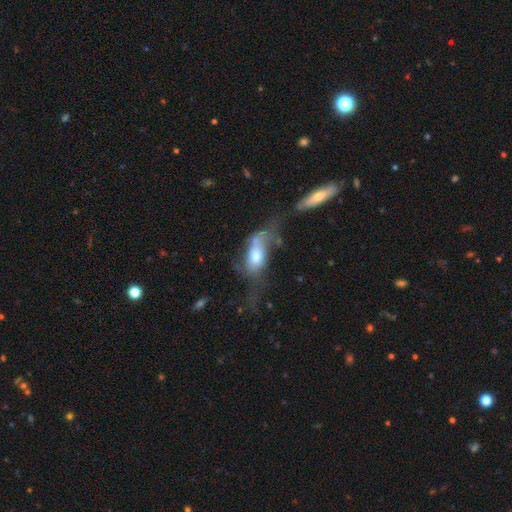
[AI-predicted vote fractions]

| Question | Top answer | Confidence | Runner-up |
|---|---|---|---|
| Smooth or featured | smooth | 52% | featured or disk (39%) |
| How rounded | in between | 83% | round (11%) |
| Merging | major disturbance | 41% | none (21%) |